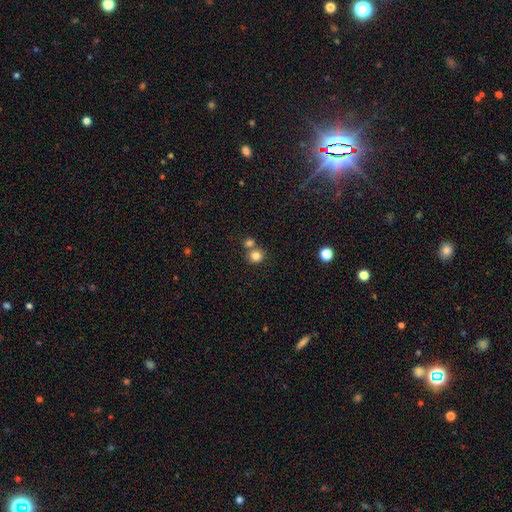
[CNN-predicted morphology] Smooth or featured? Predicted: smooth (p=0.82). How rounded? Predicted: round (p=0.84). Merging? Predicted: none (p=0.55).